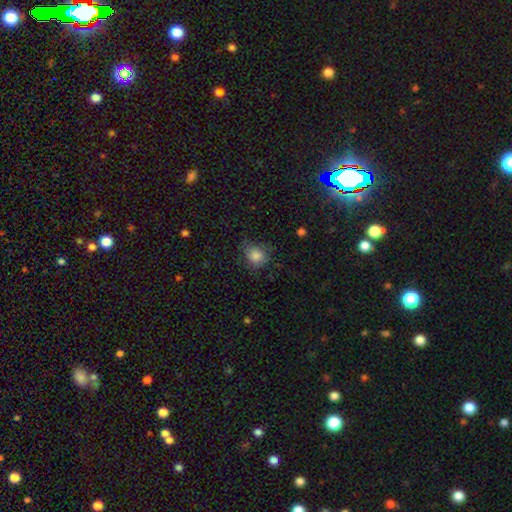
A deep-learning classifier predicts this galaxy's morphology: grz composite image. It shows a smooth galaxy with no disk features (82%) that is round (72%). Merging: none (59%).